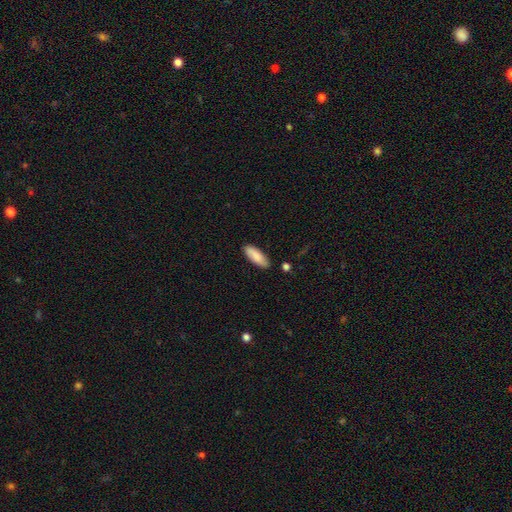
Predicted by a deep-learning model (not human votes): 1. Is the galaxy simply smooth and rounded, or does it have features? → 86% smooth, 9% featured or disk, 6% star or artifact.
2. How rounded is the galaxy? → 67% in between, 31% cigar-shaped, 2% round.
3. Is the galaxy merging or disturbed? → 84% none, 12% minor disturbance, 2% merger, 2% major disturbance.